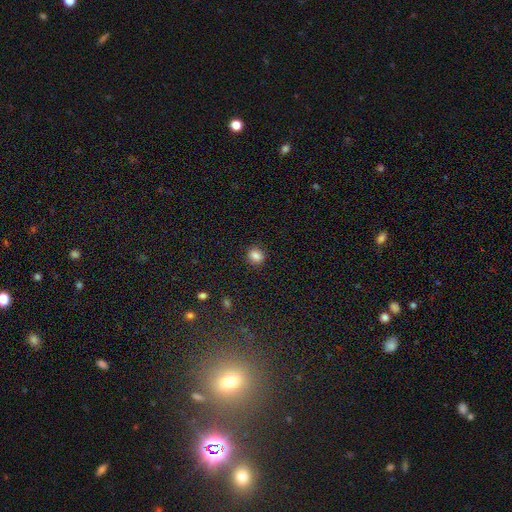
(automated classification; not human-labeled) smooth_or_featured: smooth (p=0.84) [alt: star or artifact p=0.11]
how_rounded: round (p=0.68) [alt: in between p=0.31]
merging: none (p=0.87) [alt: minor disturbance p=0.09]